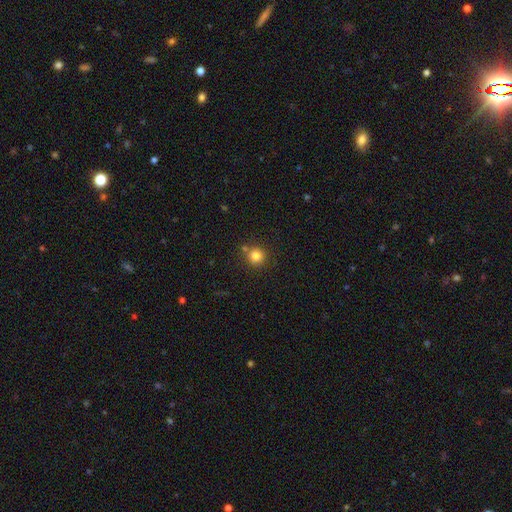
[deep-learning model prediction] smooth-or-featured: smooth: 82% | star or artifact: 12% | featured or disk: 6%
  how-rounded: round: 92% | in between: 7% | cigar-shaped: 1%
  merging: none: 76% | merger: 12% | minor disturbance: 9% | major disturbance: 3%